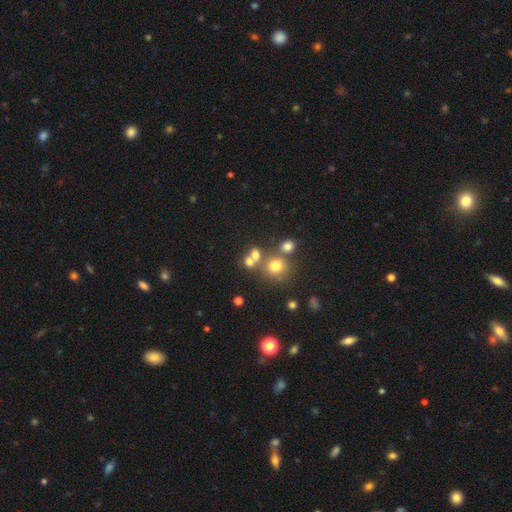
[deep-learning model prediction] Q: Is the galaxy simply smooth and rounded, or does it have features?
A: smooth — 62%.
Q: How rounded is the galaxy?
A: round — 83%.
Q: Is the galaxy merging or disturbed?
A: none — 57%.